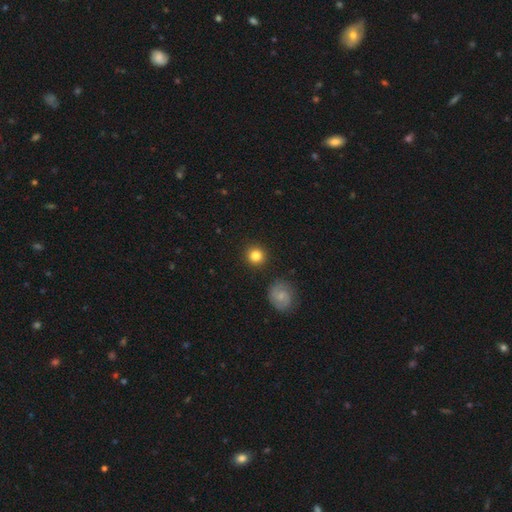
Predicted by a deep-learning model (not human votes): smooth-or-featured: smooth: 82% | star or artifact: 9% | featured or disk: 8%
  how-rounded: round: 93% | in between: 6% | cigar-shaped: 1%
  merging: none: 90% | minor disturbance: 6% | merger: 2% | major disturbance: 2%